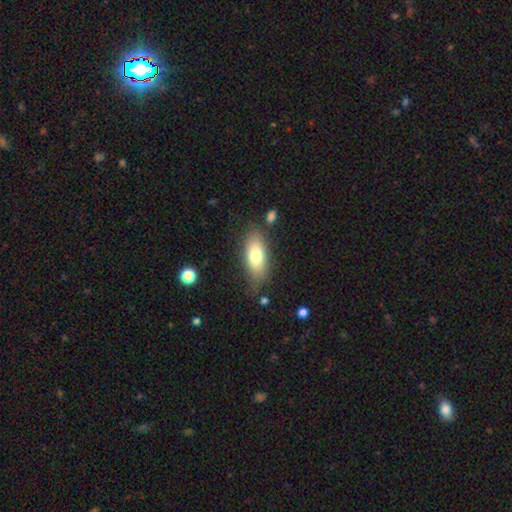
smooth 85%, featured or disk 12%, star or artifact 2%. Down the decision tree: how rounded — in between (62%); merging — none (82%).